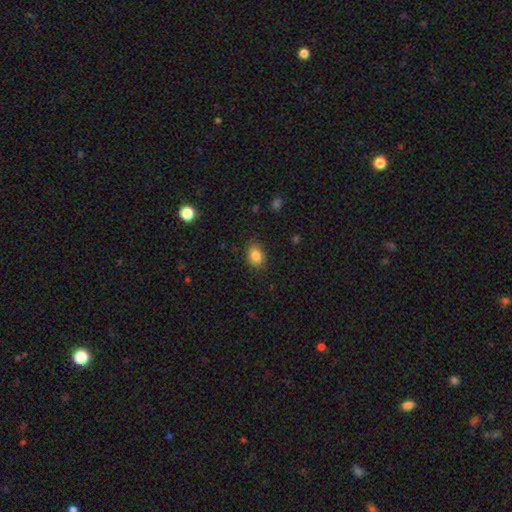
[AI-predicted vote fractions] Overall: smooth (85%). How rounded: in between (65%; round 34%). Merging: none (86%).